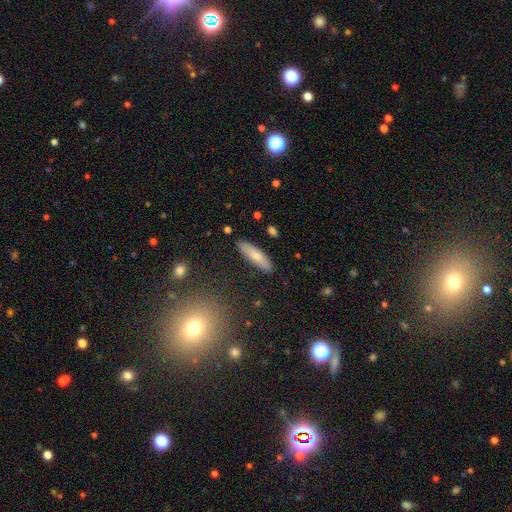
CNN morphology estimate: This is likely a smooth galaxy (74%). How rounded: likely cigar-shaped (66%). Merging: clearly none (87%).